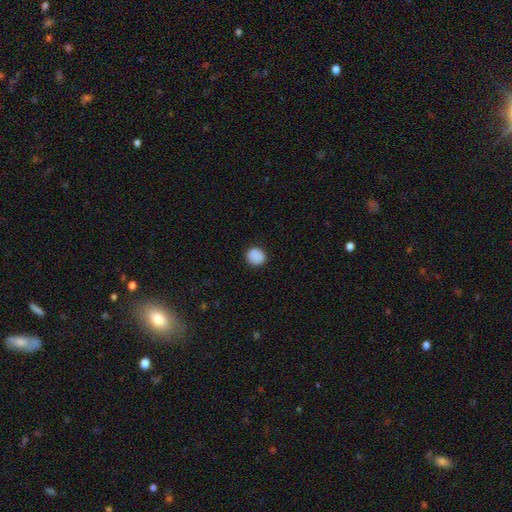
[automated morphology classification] This is clearly a smooth galaxy (88%). How rounded: clearly round (86%). Merging: clearly none (88%).